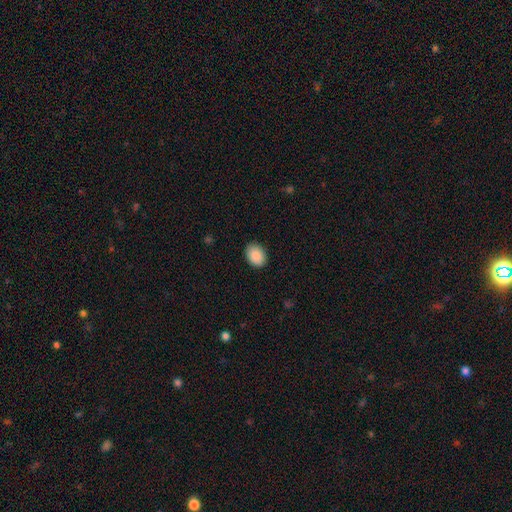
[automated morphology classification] A smooth galaxy with no disk features (90%) that is in between round and cigar-shaped (78%). Merging: none (88%).